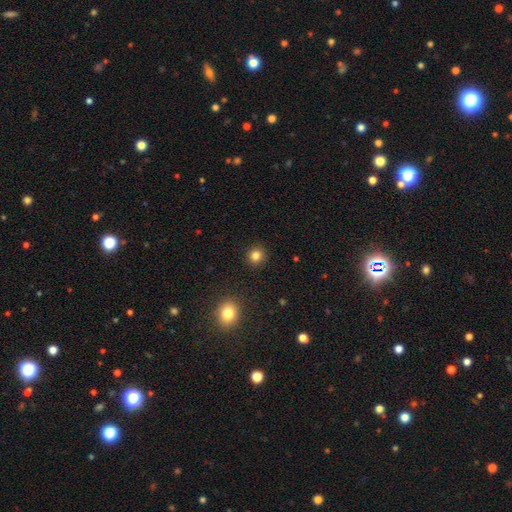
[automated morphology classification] Smooth or featured? smooth (82%)
How rounded? round (91%)
Merging? none (91%)